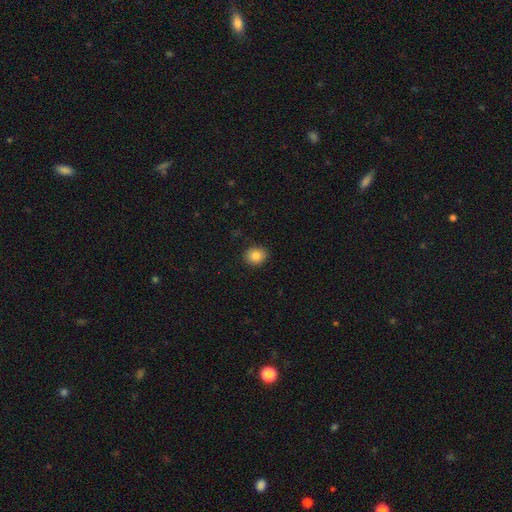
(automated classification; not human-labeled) Morphology: type=smooth (83%); roundness=round (66%); merging=none (89%).